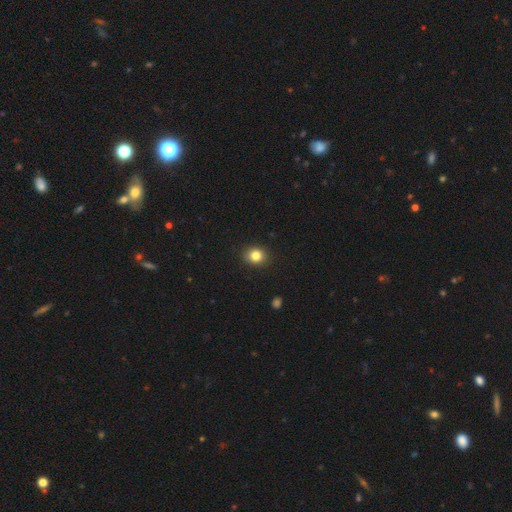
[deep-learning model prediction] This is clearly a smooth galaxy (83%). How rounded: likely round (73%). Merging: clearly none (90%).